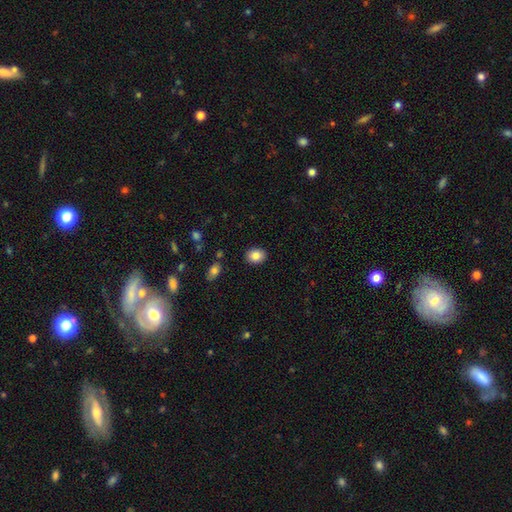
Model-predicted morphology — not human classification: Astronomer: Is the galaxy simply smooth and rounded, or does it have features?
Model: smooth — 85%.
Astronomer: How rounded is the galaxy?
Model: in between — 62%.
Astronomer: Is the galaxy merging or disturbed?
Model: none — 89%.